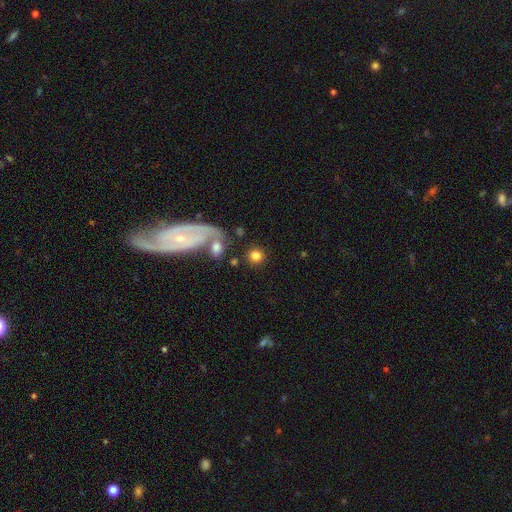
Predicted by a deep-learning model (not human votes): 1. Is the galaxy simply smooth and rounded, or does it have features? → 80% smooth, 11% featured or disk, 9% star or artifact.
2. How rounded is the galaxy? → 87% round, 12% in between, 2% cigar-shaped.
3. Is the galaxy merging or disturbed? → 75% none, 11% merger, 8% minor disturbance, 6% major disturbance.